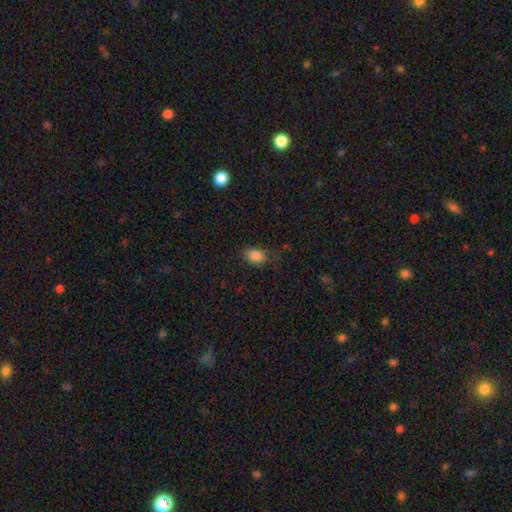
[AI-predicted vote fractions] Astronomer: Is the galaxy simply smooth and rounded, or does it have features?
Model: smooth — 84%.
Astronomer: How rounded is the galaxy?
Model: in between — 73%.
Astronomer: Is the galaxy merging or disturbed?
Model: none — 71%.